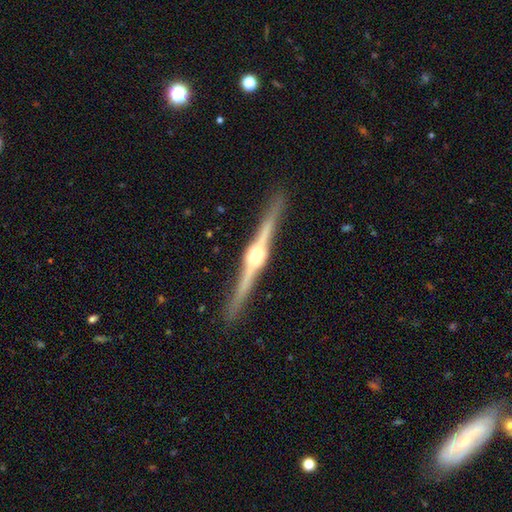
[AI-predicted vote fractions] Smooth or featured? featured or disk (88%)
Edge-on disk? yes (99%)
Edge-on bulge? rounded (89%)
Merging? none (92%)